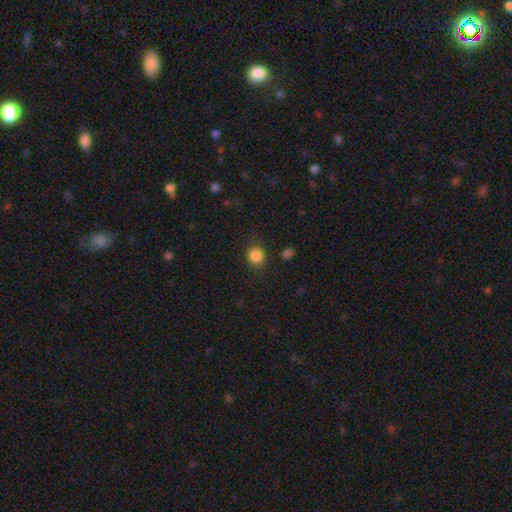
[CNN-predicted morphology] A smooth galaxy with no disk features (86%) that is round (83%). Merging: none (84%).